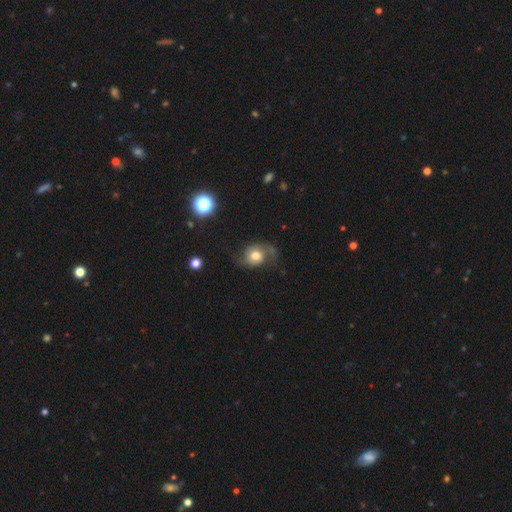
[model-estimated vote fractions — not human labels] Q: Smooth or featured?
A: featured or disk (49%); runner-up: smooth (41%)
Q: Merging?
A: none (56%); runner-up: minor disturbance (23%)